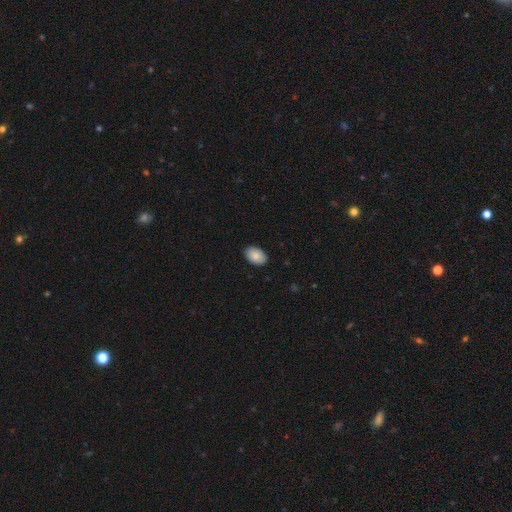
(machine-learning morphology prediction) This is clearly a smooth galaxy (89%). How rounded: clearly in between (90%). Merging: clearly none (90%).